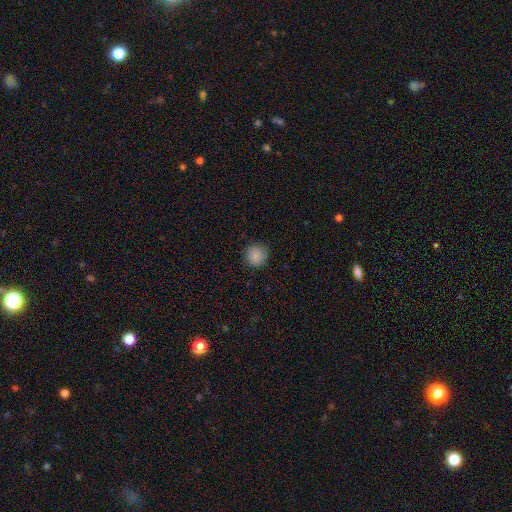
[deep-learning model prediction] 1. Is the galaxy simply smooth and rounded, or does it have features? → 87% smooth, 9% star or artifact, 5% featured or disk.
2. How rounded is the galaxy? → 91% round, 8% in between, 1% cigar-shaped.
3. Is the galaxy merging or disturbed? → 86% none, 11% minor disturbance, 3% major disturbance, 1% merger.